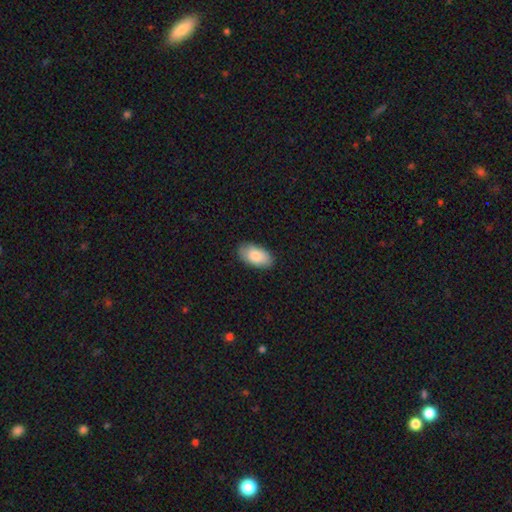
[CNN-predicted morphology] Overall: smooth (83%). How rounded: in between (95%). Merging: none (85%).